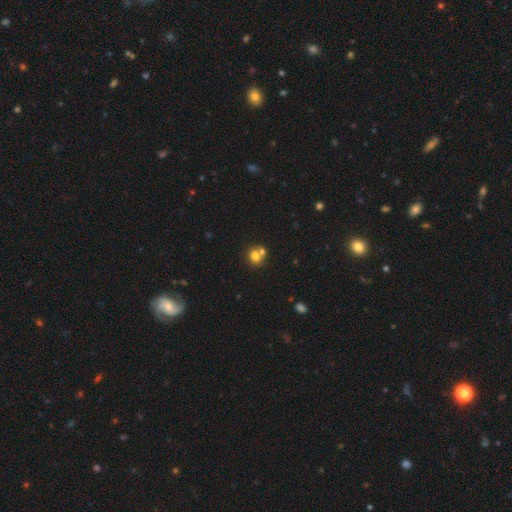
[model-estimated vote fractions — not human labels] Smooth or featured?
  - smooth: 75% *
  - featured or disk: 12%
  - star or artifact: 12%
How rounded?
  - round: 74% *
  - in between: 25%
  - cigar-shaped: 1%
Merging?
  - none: 48% *
  - merger: 41%
  - minor disturbance: 8%
  - major disturbance: 3%